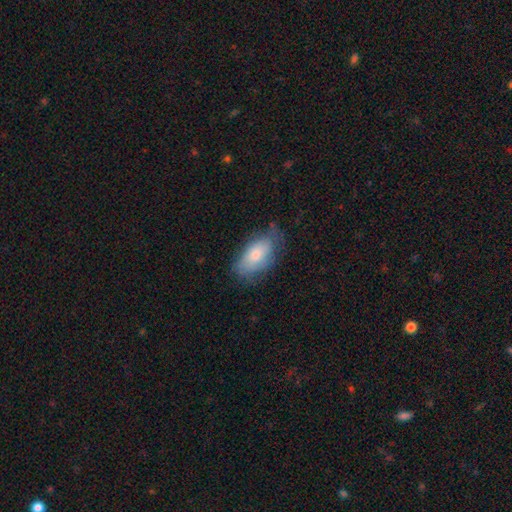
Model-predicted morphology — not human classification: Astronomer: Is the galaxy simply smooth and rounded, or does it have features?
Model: smooth — 71%.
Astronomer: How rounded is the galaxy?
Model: in between — 91%.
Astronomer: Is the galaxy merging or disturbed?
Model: none — 63%.